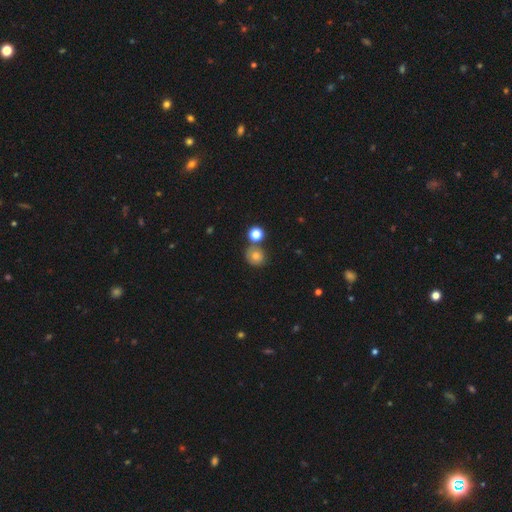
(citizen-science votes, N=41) Smooth or featured? smooth (83%)
How rounded? round (88%)
Merging? none (69%)